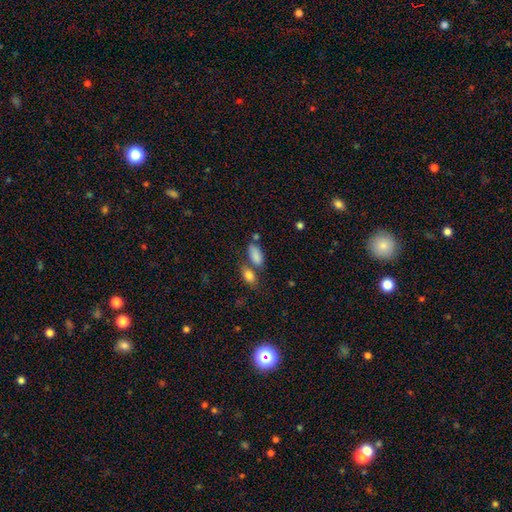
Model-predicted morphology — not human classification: A smooth galaxy with no disk features (85%) that is in between round and cigar-shaped (89%).

Vote fractions:
- Smooth or featured? smooth: 85% / star or artifact: 8% / featured or disk: 7%
- How rounded? in between: 89% / cigar-shaped: 7% / round: 4%
- Merging? none: 48% / merger: 32% / minor disturbance: 14% / major disturbance: 6%